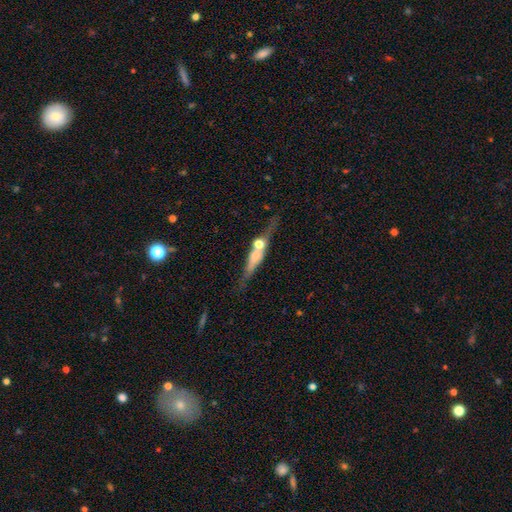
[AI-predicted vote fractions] Morphology: type=featured or disk (57%); edge-on=yes (86%); merging=none (53%).